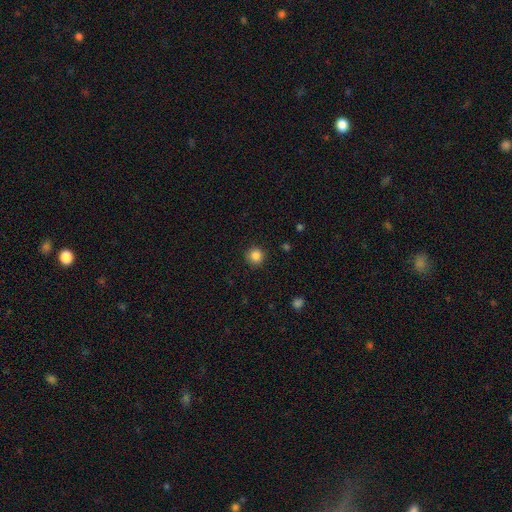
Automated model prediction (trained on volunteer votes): Smooth or featured? Predicted: smooth (p=0.86). How rounded? Predicted: round (p=0.94). Merging? Predicted: none (p=0.90).